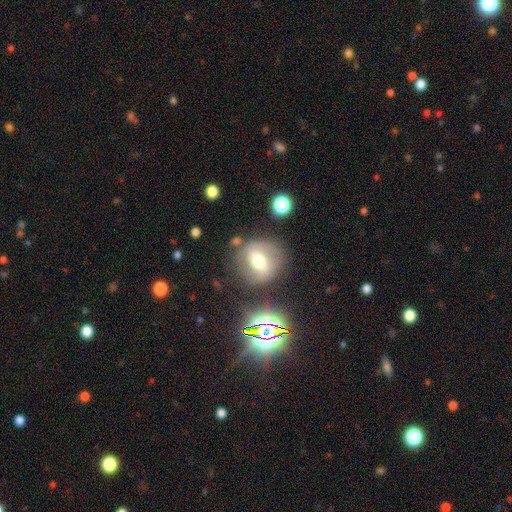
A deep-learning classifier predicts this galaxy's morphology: type=featured or disk (45%); merging=none (73%).